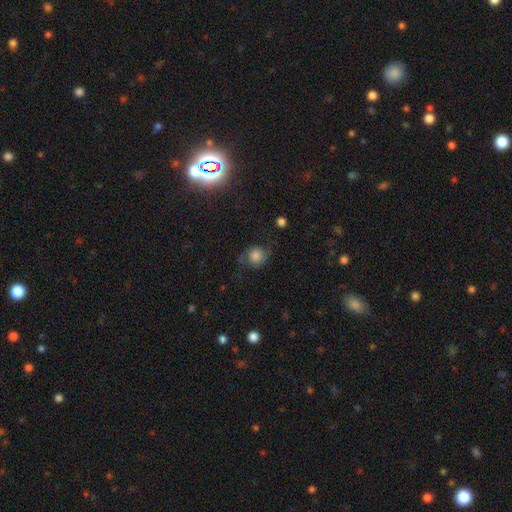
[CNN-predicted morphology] featured or disk 44% (tied), smooth 44% (tied), star or artifact 12%. Down the decision tree: merging — none (65%).